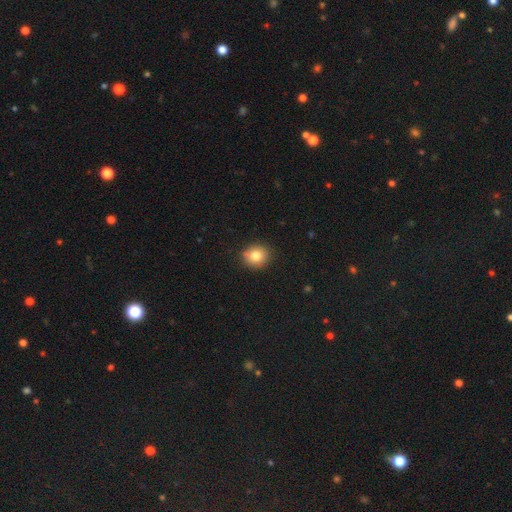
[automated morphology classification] Q: Smooth or featured?
A: smooth (81%); runner-up: star or artifact (10%)
Q: How rounded?
A: round (75%); runner-up: in between (24%)
Q: Merging?
A: none (86%); runner-up: minor disturbance (10%)